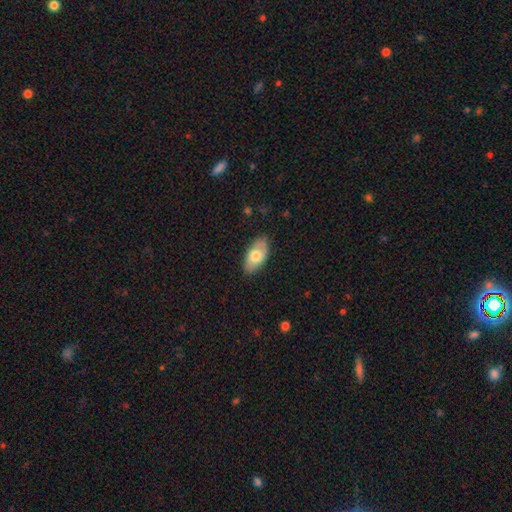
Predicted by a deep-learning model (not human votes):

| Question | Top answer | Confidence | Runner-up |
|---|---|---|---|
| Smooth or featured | smooth | 72% | featured or disk (22%) |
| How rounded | in between | 94% | round (3%) |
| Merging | none | 84% | minor disturbance (13%) |